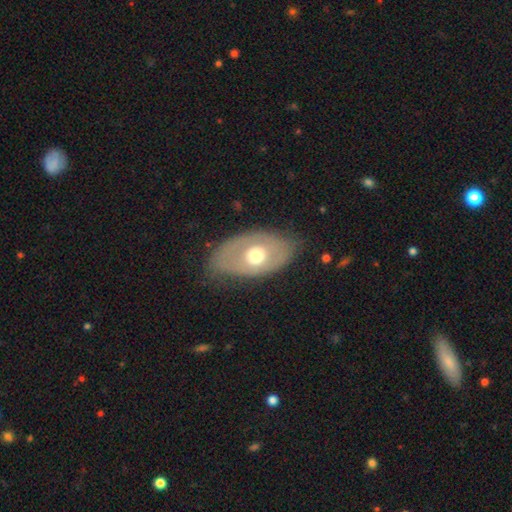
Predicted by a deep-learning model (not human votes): Smooth or featured? featured or disk (49%)
Merging? none (66%)